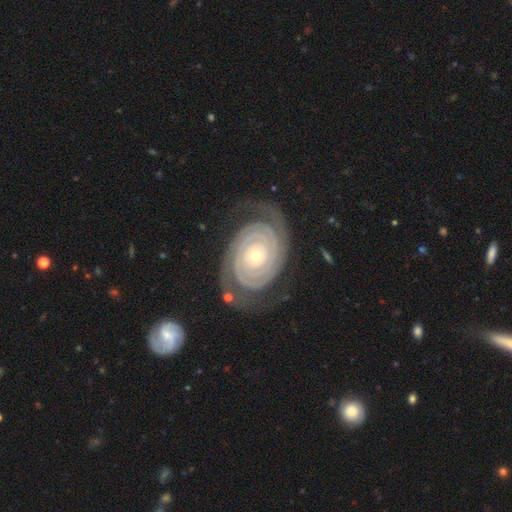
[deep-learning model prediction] Overall: featured or disk (92%). Edge-on disk: no (97%). Bar: no (82%). Spiral arms: yes (98%). Spiral arm count: 2 (77%). Spiral winding: tight (90%). Bulge size: small (71%). Merging: none (79%).